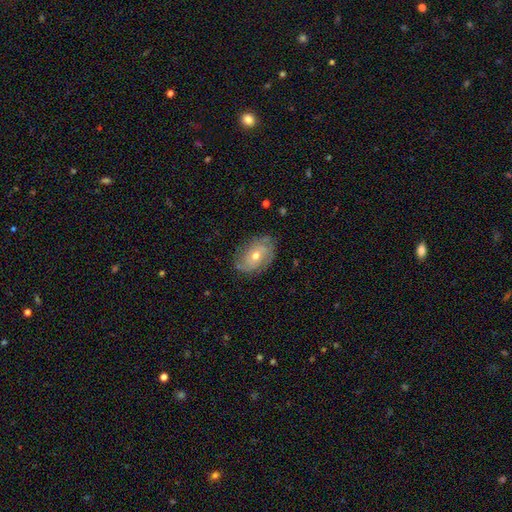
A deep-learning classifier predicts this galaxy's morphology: Overall: featured or disk (71%). Edge-on disk: no (95%). Bar: no (70%). Spiral arms: yes (85%). Spiral arm count: 2 (37%, tied with can't tell). Spiral winding: tight (55%; medium 32%). Bulge size: moderate (63%; small 33%). Merging: none (76%).